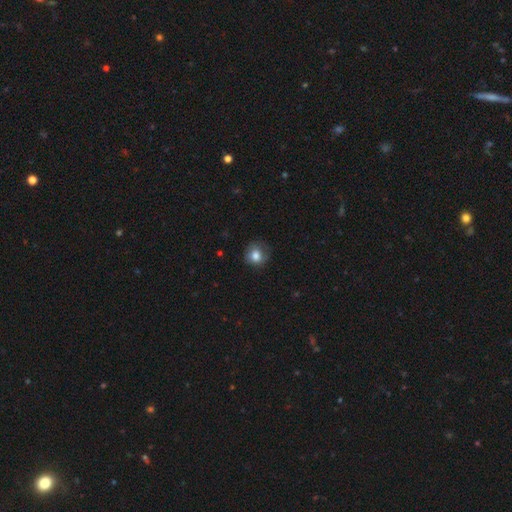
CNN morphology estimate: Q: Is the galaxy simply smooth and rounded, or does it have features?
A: smooth — 79%.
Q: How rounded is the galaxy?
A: round — 83%.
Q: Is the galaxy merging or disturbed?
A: none — 69%.